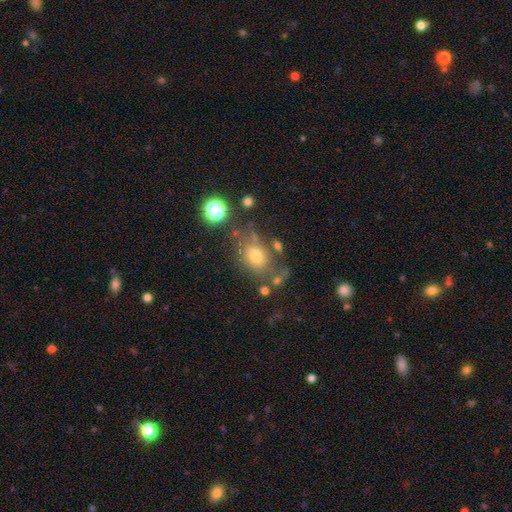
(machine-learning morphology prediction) Smooth or featured? smooth (65%)
How rounded? in between (54%)
Merging? none (61%)